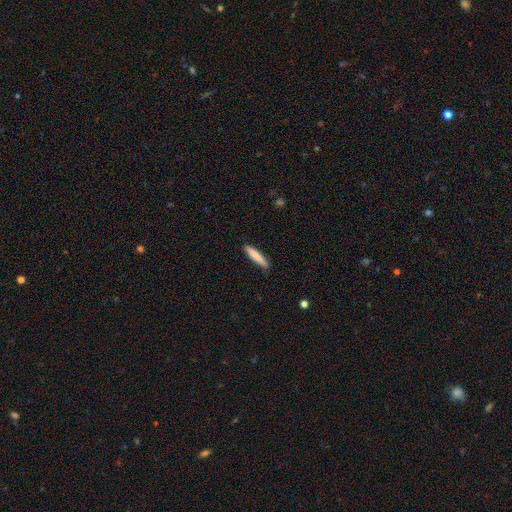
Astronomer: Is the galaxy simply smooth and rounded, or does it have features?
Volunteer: smooth — 87%.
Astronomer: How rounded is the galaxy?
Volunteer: cigar-shaped — 97%.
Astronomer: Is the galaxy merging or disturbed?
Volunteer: none — 86%.